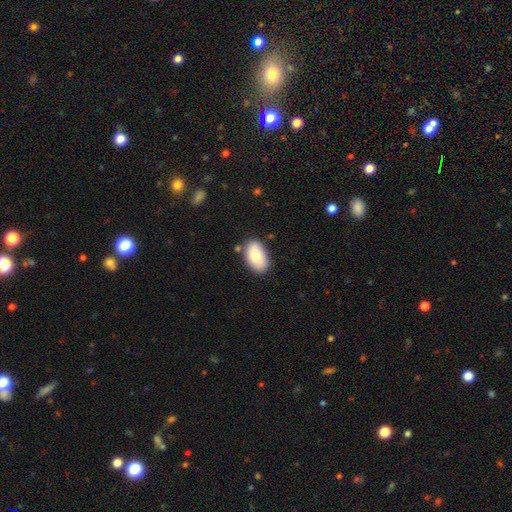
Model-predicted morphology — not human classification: This appears to be a smooth galaxy with no disk features (80%) that is in between round and cigar-shaped (93%). Merging: none (77%).